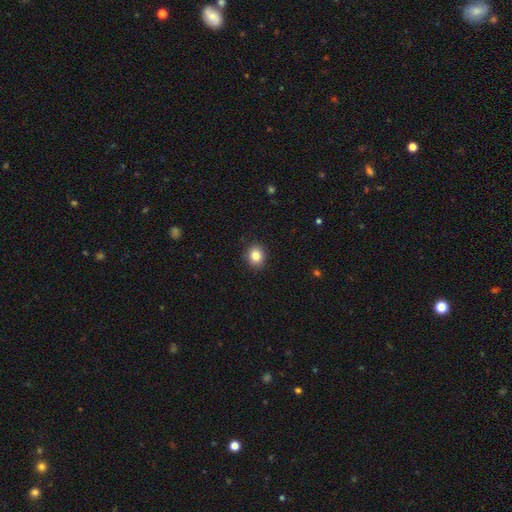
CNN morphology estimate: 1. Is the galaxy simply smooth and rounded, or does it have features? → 85% smooth, 10% star or artifact, 6% featured or disk.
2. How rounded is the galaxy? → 74% round, 25% in between, 1% cigar-shaped.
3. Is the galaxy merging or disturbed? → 90% none, 7% minor disturbance, 2% major disturbance, 1% merger.